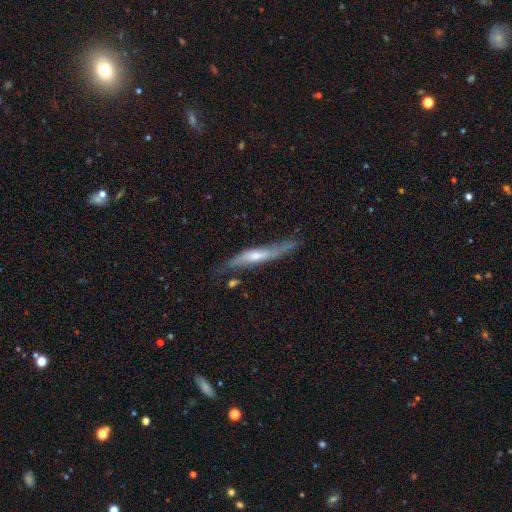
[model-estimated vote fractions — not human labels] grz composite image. It shows a featured or disk galaxy (57%) viewed edge-on (75%). Merging: none (62%).